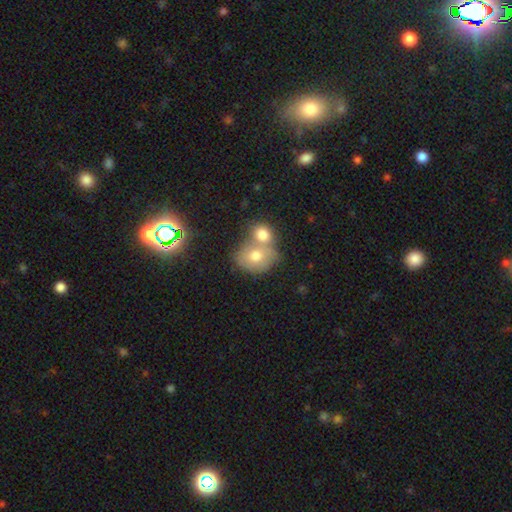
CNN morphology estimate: The model was most divided on "how rounded": round: 58%, in between: 41%, cigar-shaped: 1%. More confident: smooth or featured — smooth (68%); merging — merger (58%).